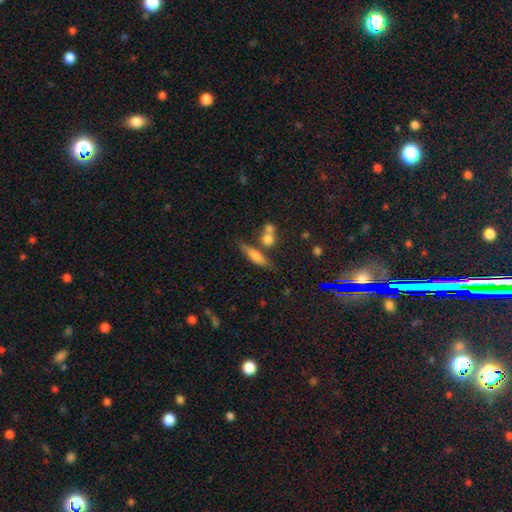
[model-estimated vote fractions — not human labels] Morphology: type=smooth (66%); roundness=cigar-shaped (67%); merging=none (63%).